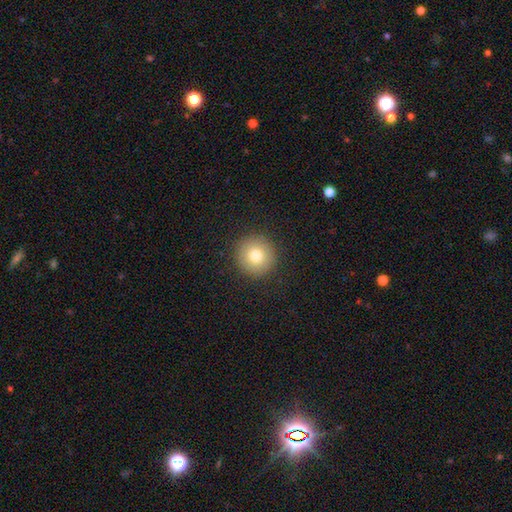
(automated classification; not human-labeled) Smooth or featured? Predicted: smooth (p=0.77). How rounded? Predicted: round (p=0.96). Merging? Predicted: none (p=0.92).